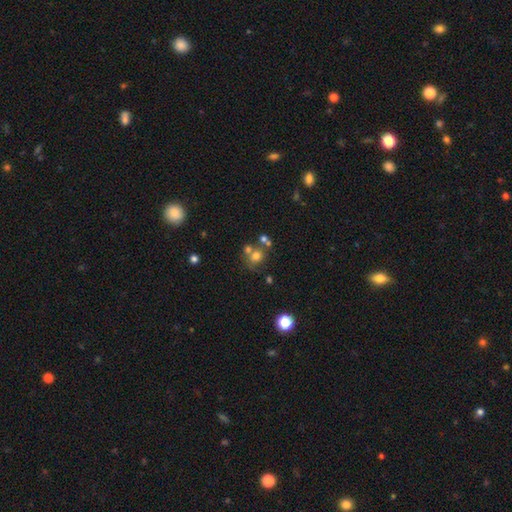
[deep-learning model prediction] Q: Smooth or featured?
A: smooth (62%); runner-up: star or artifact (20%)
Q: How rounded?
A: round (77%); runner-up: in between (22%)
Q: Merging?
A: none (51%); runner-up: merger (32%)